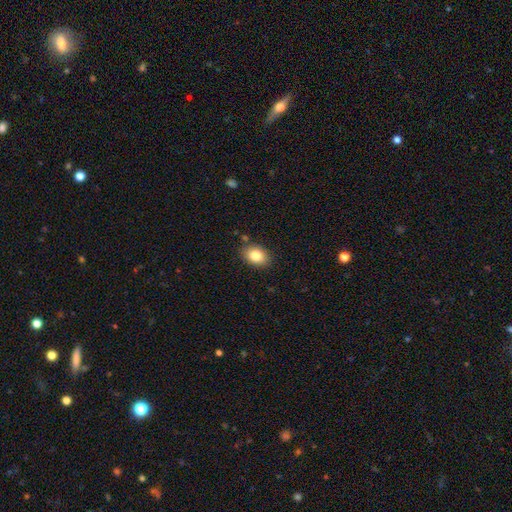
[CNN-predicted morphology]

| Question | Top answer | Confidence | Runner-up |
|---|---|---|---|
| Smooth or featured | smooth | 84% | star or artifact (8%) |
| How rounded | in between | 76% | round (23%) |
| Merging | none | 84% | minor disturbance (11%) |